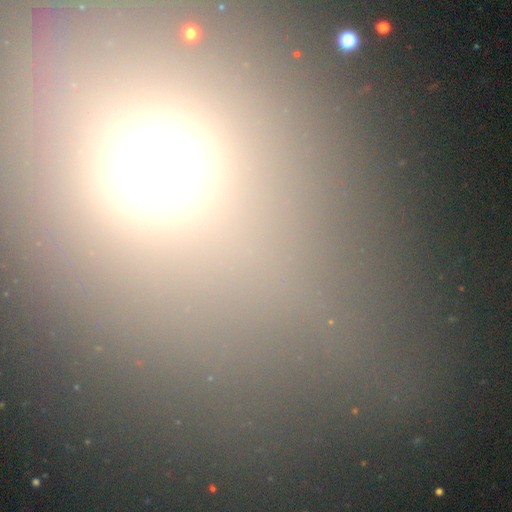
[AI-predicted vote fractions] Smooth or featured?
  - smooth: 49% *
  - star or artifact: 40%
  - featured or disk: 12%
Merging?
  - none: 76% *
  - minor disturbance: 10%
  - merger: 8%
  - major disturbance: 7%